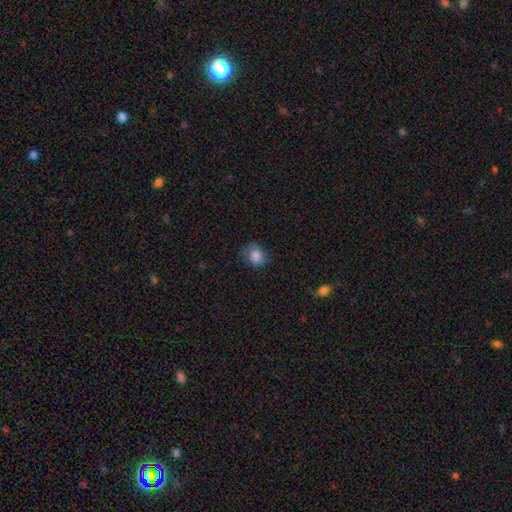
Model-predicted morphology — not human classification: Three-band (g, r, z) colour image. It shows a smooth galaxy with no disk features (83%) that is round (60%). Merging: none (63%).